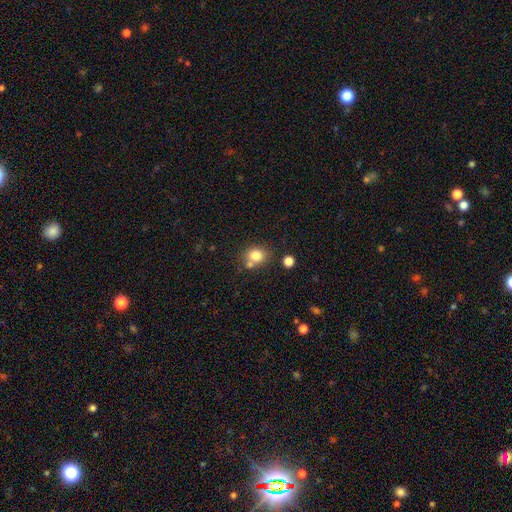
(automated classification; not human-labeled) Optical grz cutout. It shows a smooth galaxy with no disk features (80%) that is round (70%). Merging: none (62%).